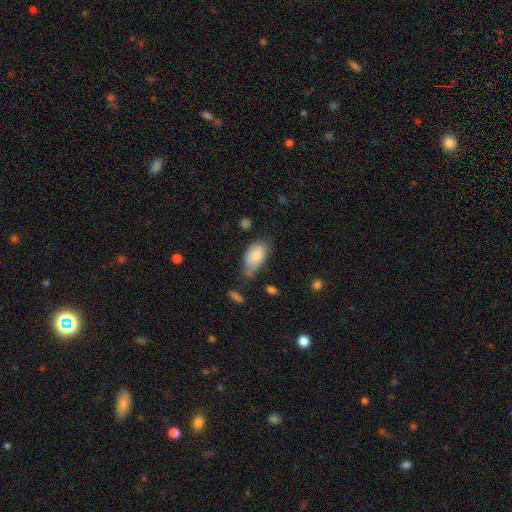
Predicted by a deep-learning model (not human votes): Smooth or featured? Predicted: smooth (p=0.79). How rounded? Predicted: in between (p=0.93). Merging? Predicted: none (p=0.42).